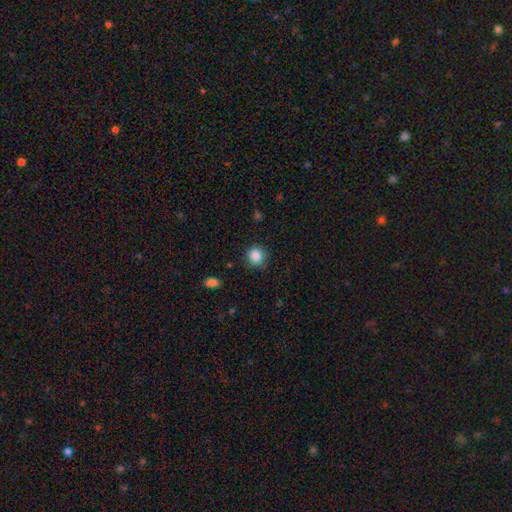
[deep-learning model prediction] smooth 87%, star or artifact 10%, featured or disk 4%. Down the decision tree: how rounded — round (90%); merging — none (84%).